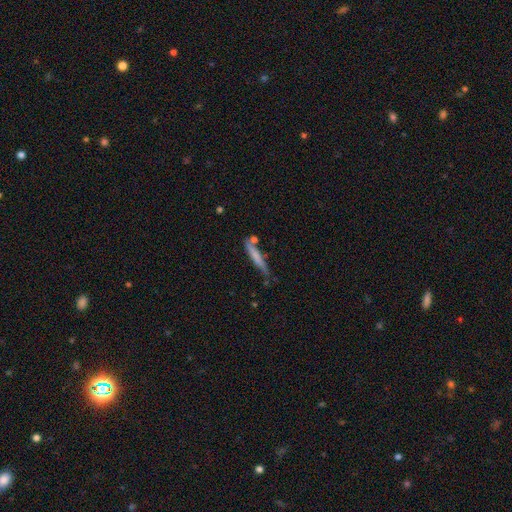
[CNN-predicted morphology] Smooth or featured? Predicted: smooth (p=0.65). How rounded? Predicted: cigar-shaped (p=0.93). Merging? Predicted: none (p=0.68).